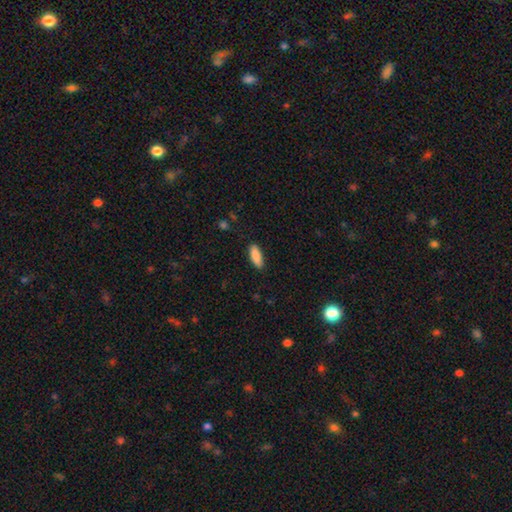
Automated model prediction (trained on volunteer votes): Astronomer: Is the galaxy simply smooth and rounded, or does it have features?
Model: smooth — 88%.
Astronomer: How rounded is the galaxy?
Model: in between — 67%.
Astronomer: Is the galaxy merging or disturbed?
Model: none — 88%.